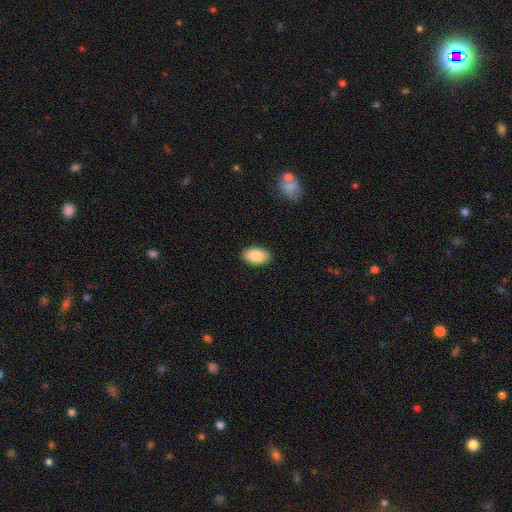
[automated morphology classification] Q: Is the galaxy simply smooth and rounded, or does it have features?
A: smooth — 87%.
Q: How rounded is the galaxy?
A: in between — 94%.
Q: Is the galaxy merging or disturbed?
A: none — 89%.